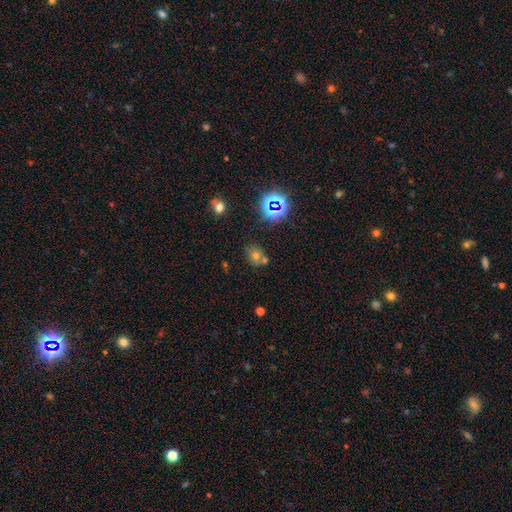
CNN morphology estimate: The model was most divided on "how rounded": round: 60%, in between: 39%, cigar-shaped: 1%. More confident: merging — none (58%); smooth or featured — smooth (56%).